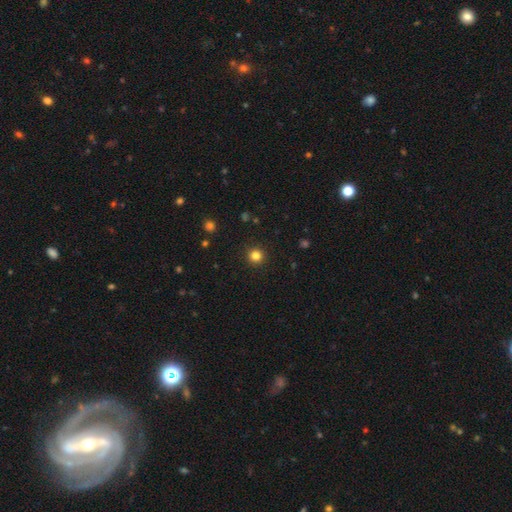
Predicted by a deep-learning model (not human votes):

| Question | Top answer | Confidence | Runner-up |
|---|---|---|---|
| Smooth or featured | smooth | 82% | star or artifact (13%) |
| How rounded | round | 95% | in between (4%) |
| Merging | none | 93% | minor disturbance (5%) |